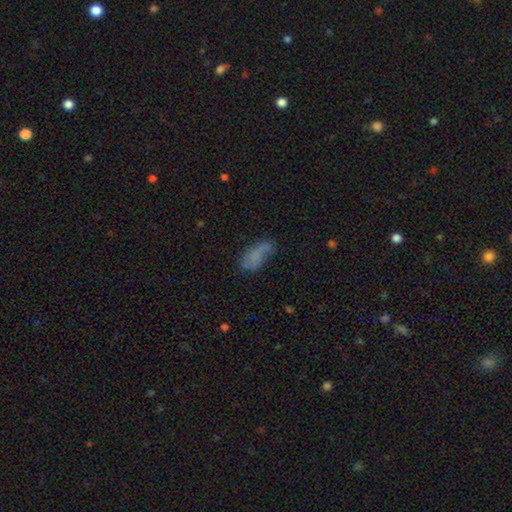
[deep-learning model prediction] Smooth or featured: smooth — 69% (featured or disk — 19%)
How rounded: in between — 83% (cigar-shaped — 14%)
Merging: none — 49% (minor disturbance — 30%)